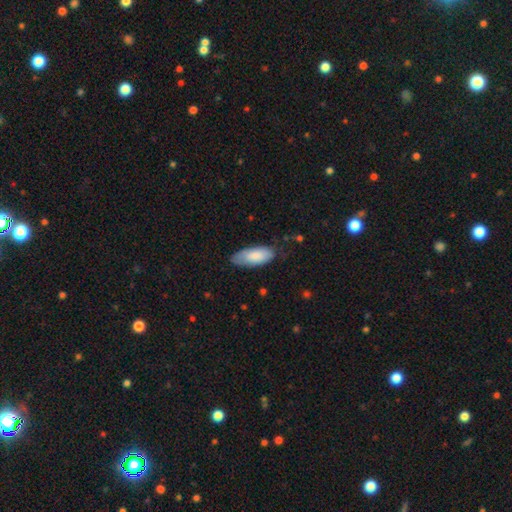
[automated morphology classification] Smooth or featured? smooth (85%)
How rounded? in between (85%)
Merging? none (70%)